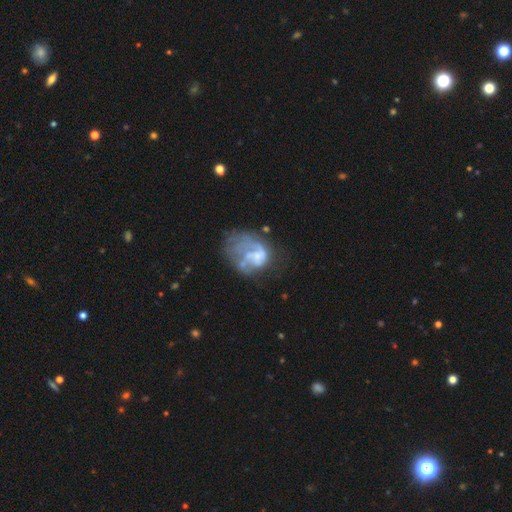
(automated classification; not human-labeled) Smooth or featured? Predicted: featured or disk (p=0.62). Edge-on disk? Predicted: no (p=0.98). Bar? Predicted: no (p=0.80). Spiral arms? Predicted: no (p=0.67). Bulge size? Predicted: none (p=0.52). Merging? Predicted: major disturbance (p=0.42).